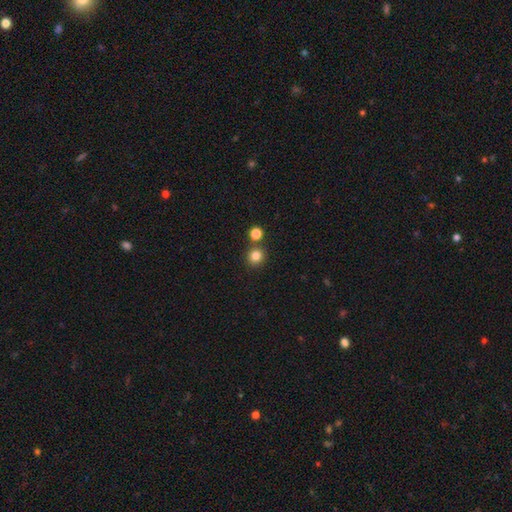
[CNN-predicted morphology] Smooth or featured? smooth (82%)
How rounded? round (92%)
Merging? none (78%)